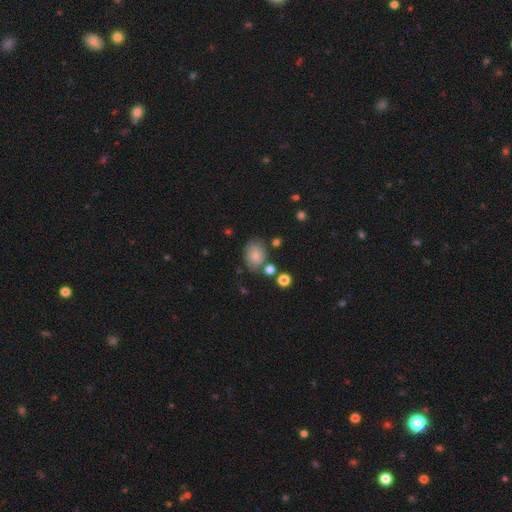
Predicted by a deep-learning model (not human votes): Overall: smooth (79%). How rounded: in between (65%; round 34%). Merging: none (70%).